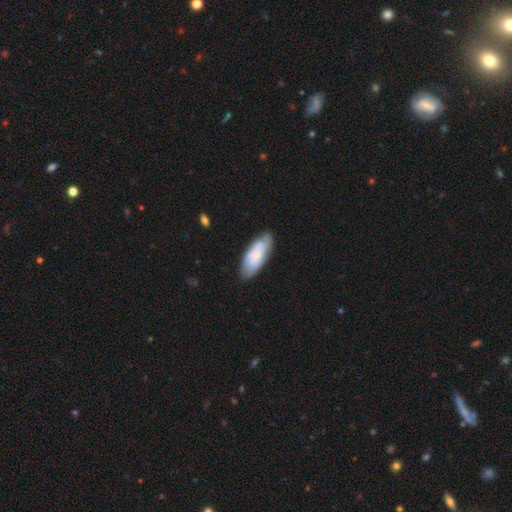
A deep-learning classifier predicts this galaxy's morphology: A smooth galaxy with no disk features (63%) that is in between round and cigar-shaped (74%).

Vote fractions:
- Smooth or featured? smooth: 63% / featured or disk: 31% / star or artifact: 6%
- How rounded? in between: 74% / cigar-shaped: 24% / round: 2%
- Merging? none: 76% / minor disturbance: 18% / major disturbance: 4% / merger: 2%